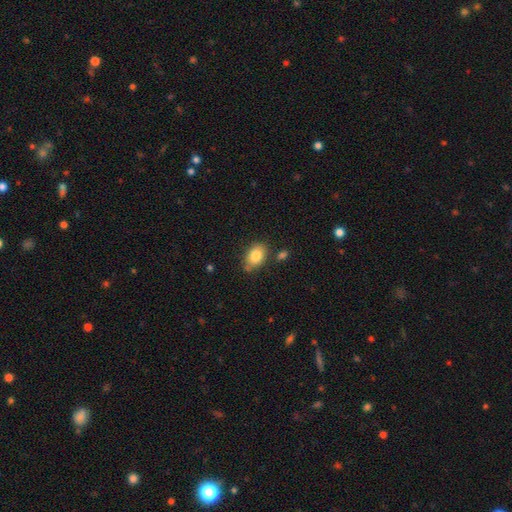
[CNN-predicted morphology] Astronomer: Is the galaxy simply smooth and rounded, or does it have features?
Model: smooth — 83%.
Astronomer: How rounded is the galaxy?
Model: in between — 82%.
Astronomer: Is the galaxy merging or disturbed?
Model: none — 73%.